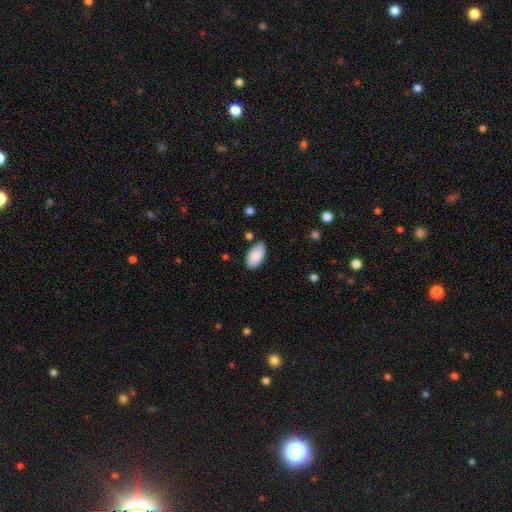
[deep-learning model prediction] This is clearly a smooth galaxy (87%). How rounded: clearly in between (96%). Merging: clearly none (81%).